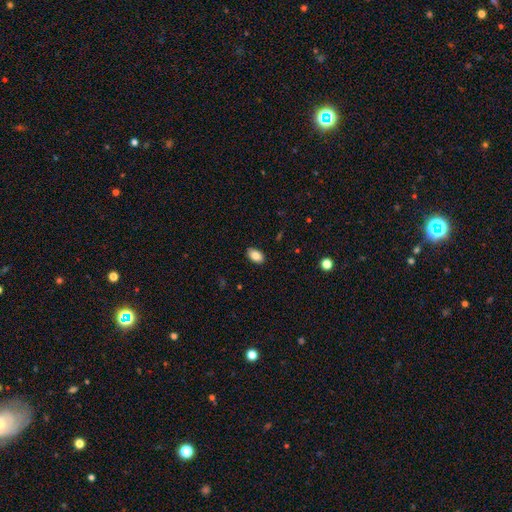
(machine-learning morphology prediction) smooth-or-featured: smooth: 86% | star or artifact: 8% | featured or disk: 7%
  how-rounded: in between: 90% | round: 9% | cigar-shaped: 1%
  merging: none: 88% | minor disturbance: 9% | major disturbance: 2% | merger: 1%